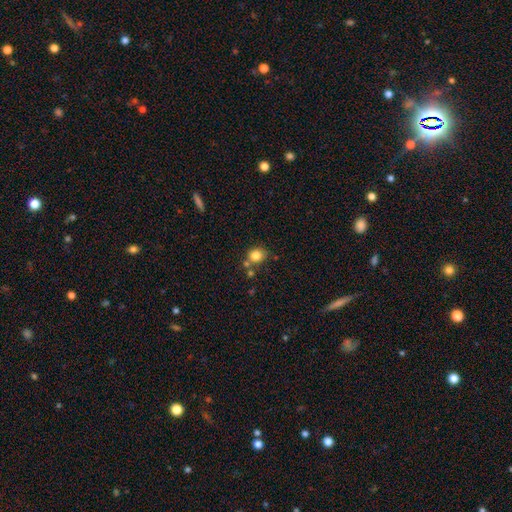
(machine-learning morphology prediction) Smooth or featured? smooth (82%)
How rounded? round (71%)
Merging? none (65%)